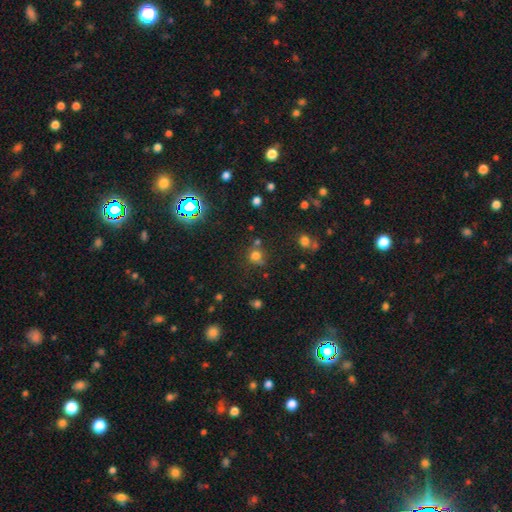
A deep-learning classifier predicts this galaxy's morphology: smooth 71%, star or artifact 22%, featured or disk 7%. Down the decision tree: how rounded — round (86%); merging — none (64%).